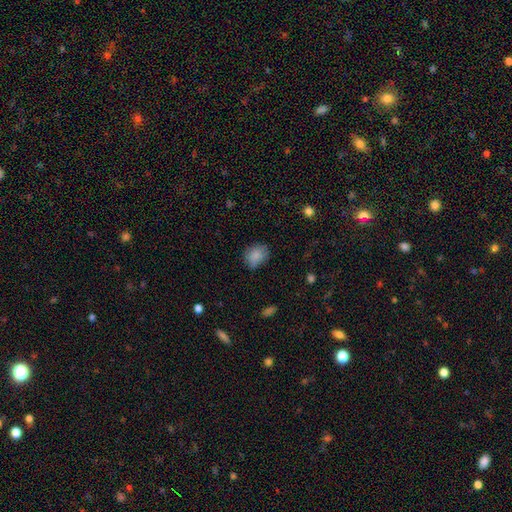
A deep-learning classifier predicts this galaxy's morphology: smooth-or-featured: smooth: 85% | star or artifact: 8% | featured or disk: 7%
  how-rounded: round: 51% | in between: 48% | cigar-shaped: 1%
  merging: none: 70% | minor disturbance: 24% | major disturbance: 5% | merger: 1%